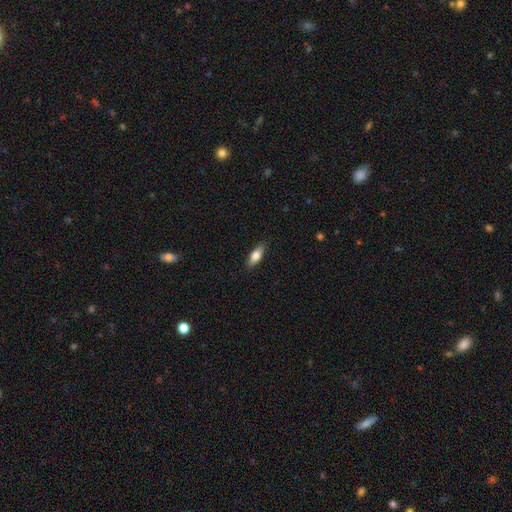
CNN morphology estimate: smooth_or_featured: smooth (p=0.73) [alt: featured or disk p=0.20]
how_rounded: in between (p=0.68) [alt: cigar-shaped p=0.29]
merging: none (p=0.87) [alt: minor disturbance p=0.10]